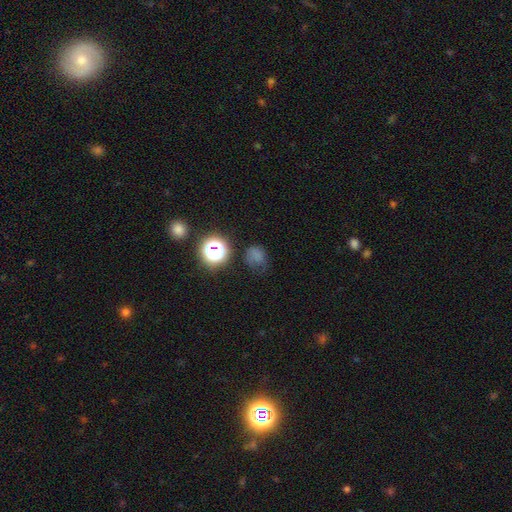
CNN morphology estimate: Overall: smooth (64%; star or artifact 25%). How rounded: round (64%; in between 35%). Merging: none (51%; minor disturbance 28%).